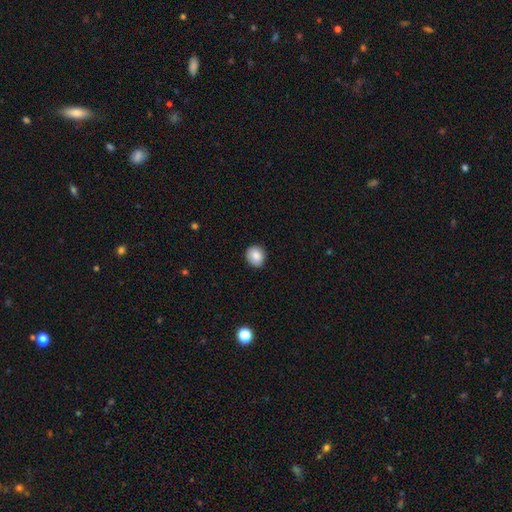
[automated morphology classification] Smooth or featured?
  - smooth: 85% *
  - star or artifact: 8%
  - featured or disk: 6%
How rounded?
  - round: 80% *
  - in between: 19%
  - cigar-shaped: 1%
Merging?
  - none: 88% *
  - minor disturbance: 9%
  - major disturbance: 2%
  - merger: 1%